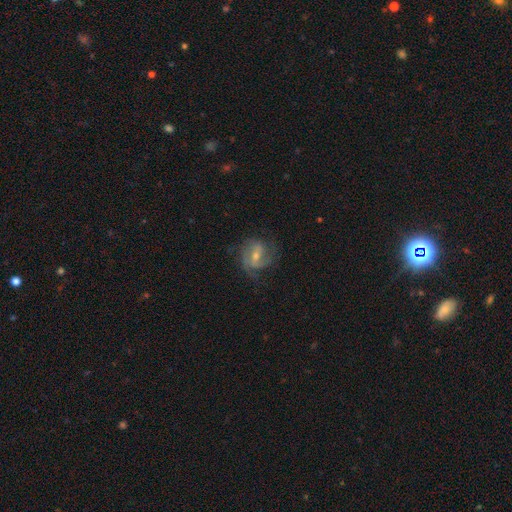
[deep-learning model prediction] Smooth or featured: featured or disk — 81% (smooth — 11%)
Edge-on disk: no — 97% (yes — 3%)
Bar: weak — 50% (strong — 28%)
Spiral arms: yes — 94% (no — 6%)
Spiral winding: medium — 46% (tight — 36%)
Spiral arm count: 2 — 45% (3 — 24%)
Bulge size: small — 47% (tied with moderate — 47%)
Merging: none — 69% (minor disturbance — 18%)